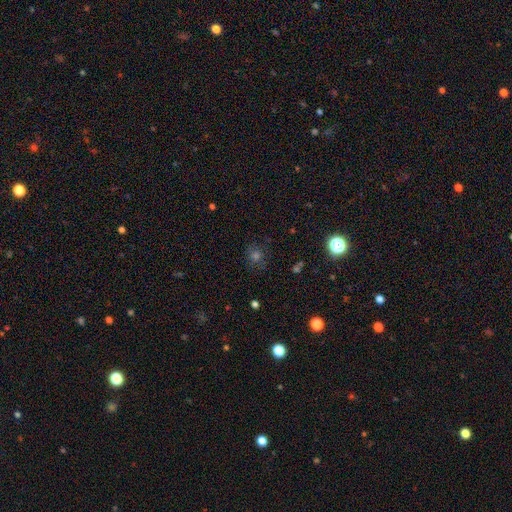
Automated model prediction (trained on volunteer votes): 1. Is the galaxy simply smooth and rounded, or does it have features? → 53% smooth, 36% star or artifact, 11% featured or disk.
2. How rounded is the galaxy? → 85% round, 14% in between, 1% cigar-shaped.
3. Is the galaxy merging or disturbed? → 83% none, 11% minor disturbance, 4% major disturbance, 2% merger.